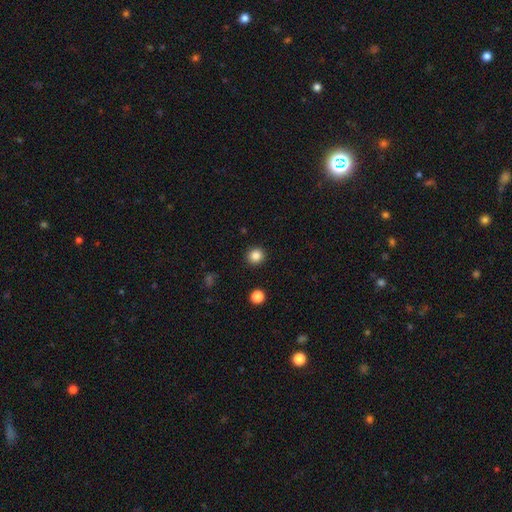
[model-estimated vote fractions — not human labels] smooth 85%, star or artifact 11%, featured or disk 4%. Down the decision tree: how rounded — round (92%); merging — none (92%).